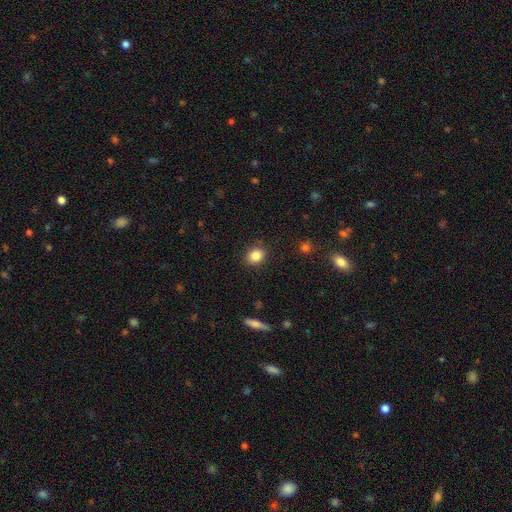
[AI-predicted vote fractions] A smooth galaxy with no disk features (86%) that is round (60%).

Vote fractions:
- Smooth or featured? smooth: 86% / star or artifact: 9% / featured or disk: 5%
- How rounded? round: 60% / in between: 39% / cigar-shaped: 1%
- Merging? none: 86% / minor disturbance: 10% / major disturbance: 3% / merger: 1%